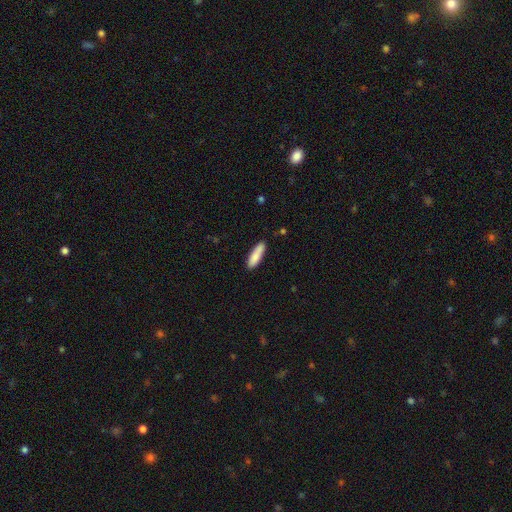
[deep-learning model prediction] Morphology: type=smooth (85%); roundness=cigar-shaped (64%); merging=none (83%).